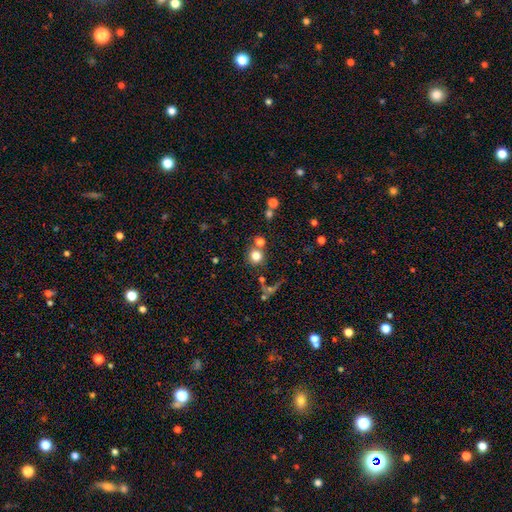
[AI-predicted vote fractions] smooth-or-featured: smooth: 78% | star or artifact: 14% | featured or disk: 8%
  how-rounded: round: 90% | in between: 9% | cigar-shaped: 1%
  merging: none: 70% | merger: 16% | minor disturbance: 9% | major disturbance: 5%